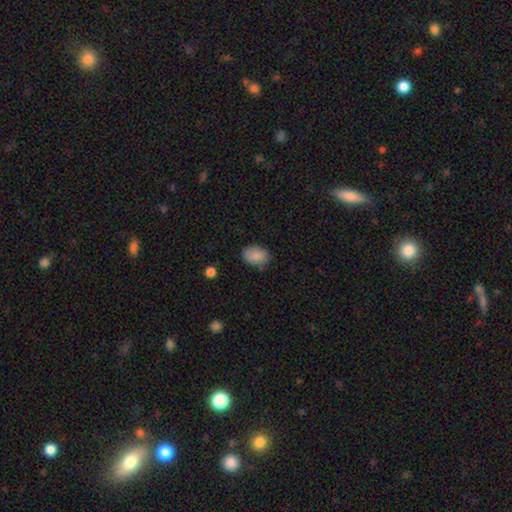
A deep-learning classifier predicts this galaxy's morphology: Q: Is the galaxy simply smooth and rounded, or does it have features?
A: smooth — 87%.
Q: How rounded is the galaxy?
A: in between — 78%.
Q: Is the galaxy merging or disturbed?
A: none — 79%.